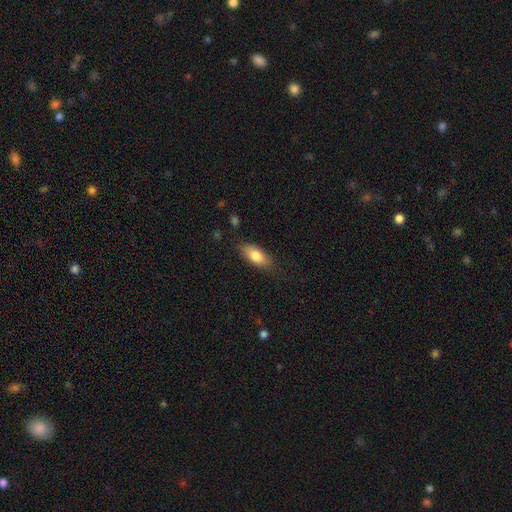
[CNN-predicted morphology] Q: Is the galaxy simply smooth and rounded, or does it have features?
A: smooth — 81%.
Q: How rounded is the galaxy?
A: in between — 84%.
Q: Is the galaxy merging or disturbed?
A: none — 81%.